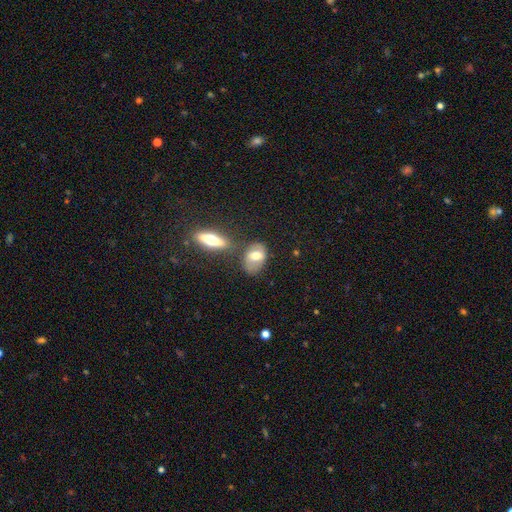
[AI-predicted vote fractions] Overall: smooth (57%; featured or disk 35%). How rounded: in between (81%). Merging: none (55%; minor disturbance 20%).